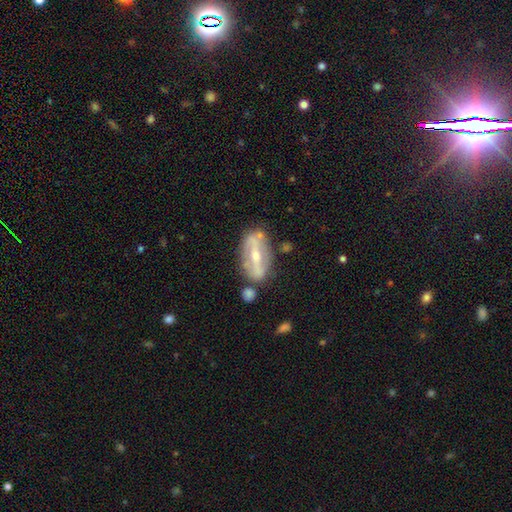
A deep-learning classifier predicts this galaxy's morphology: Smooth or featured: featured or disk — 75% (smooth — 19%)
Edge-on disk: no — 81% (yes — 19%)
Bar: strong — 69% (weak — 19%)
Spiral arms: no — 51% (yes — 49%)
Bulge size: moderate — 52% (small — 44%)
Merging: none — 72% (minor disturbance — 16%)